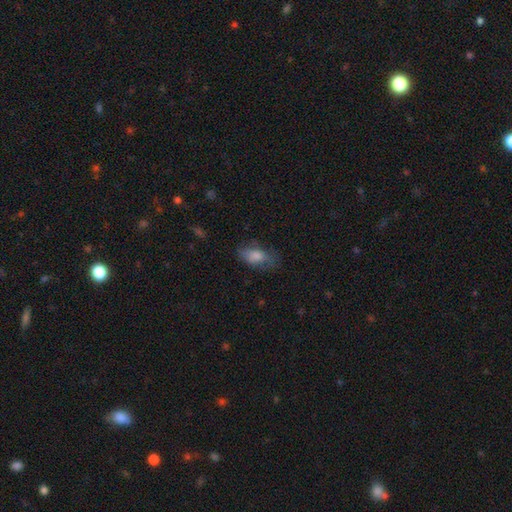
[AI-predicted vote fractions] Smooth or featured? smooth (71%)
How rounded? in between (86%)
Merging? none (61%)